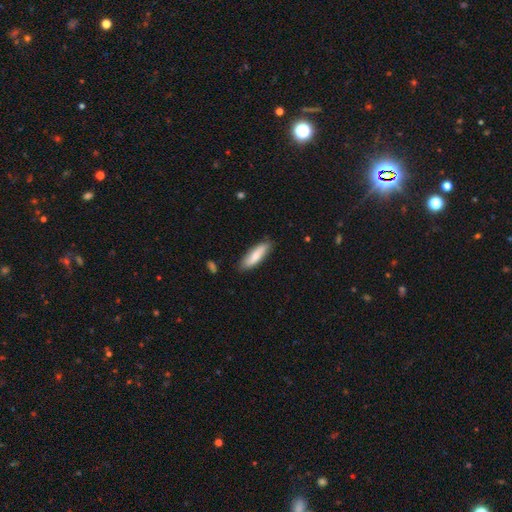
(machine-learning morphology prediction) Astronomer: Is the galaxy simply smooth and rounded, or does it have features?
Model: smooth — 70%.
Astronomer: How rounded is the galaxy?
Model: cigar-shaped — 57% (runner-up: in between, 41%).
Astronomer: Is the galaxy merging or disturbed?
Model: none — 84%.